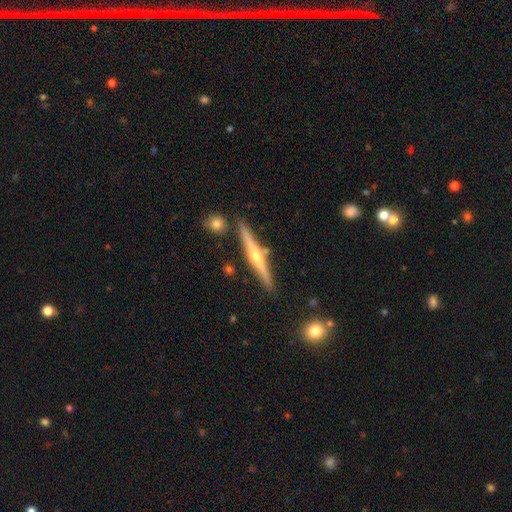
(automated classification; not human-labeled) Smooth or featured?
  - featured or disk: 79% *
  - smooth: 15%
  - star or artifact: 6%
Edge-on disk?
  - yes: 98% *
  - no: 2%
Edge-on bulge?
  - rounded: 87% *
  - none: 9%
  - boxy: 5%
Merging?
  - none: 86% *
  - minor disturbance: 8%
  - merger: 4%
  - major disturbance: 2%